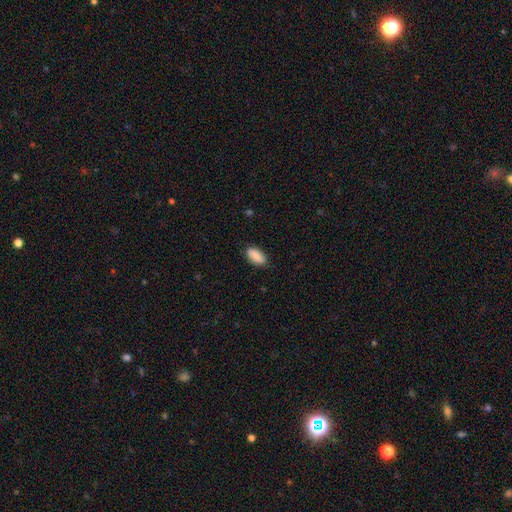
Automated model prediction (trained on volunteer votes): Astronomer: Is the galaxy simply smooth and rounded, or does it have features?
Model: smooth — 88%.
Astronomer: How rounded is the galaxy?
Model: in between — 91%.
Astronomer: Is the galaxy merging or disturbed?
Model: none — 84%.